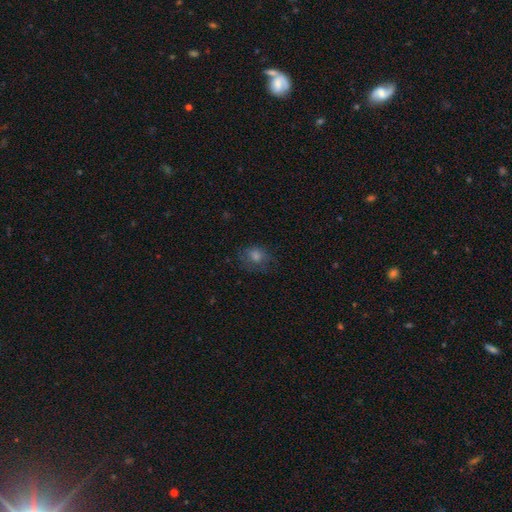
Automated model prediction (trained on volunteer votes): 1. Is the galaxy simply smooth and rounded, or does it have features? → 59% smooth, 23% star or artifact, 18% featured or disk.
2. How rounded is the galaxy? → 62% round, 37% in between, 1% cigar-shaped.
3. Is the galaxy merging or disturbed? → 71% none, 18% minor disturbance, 9% major disturbance, 1% merger.